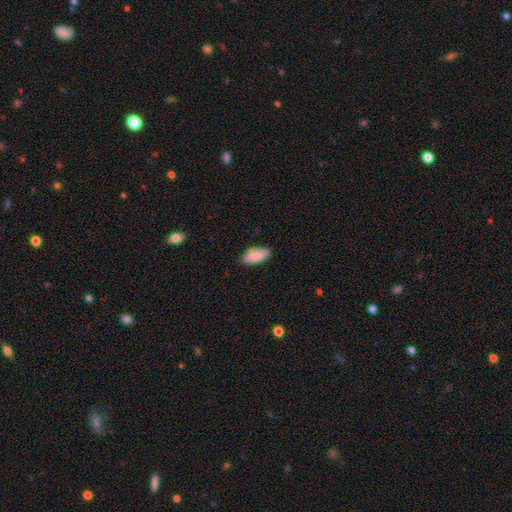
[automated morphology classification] A smooth galaxy with no disk features (87%) that is in between round and cigar-shaped (89%).

Vote fractions:
- Smooth or featured? smooth: 87% / featured or disk: 7% / star or artifact: 7%
- How rounded? in between: 89% / cigar-shaped: 9% / round: 2%
- Merging? none: 78% / minor disturbance: 18% / major disturbance: 3% / merger: 1%